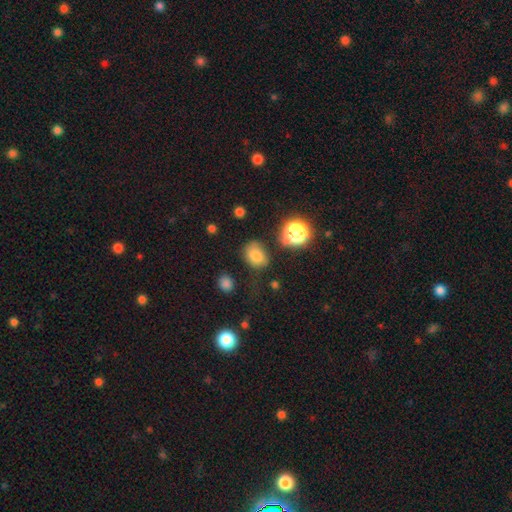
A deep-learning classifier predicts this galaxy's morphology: A smooth galaxy with no disk features (77%) that is in between round and cigar-shaped (61%). Merging: none (66%).